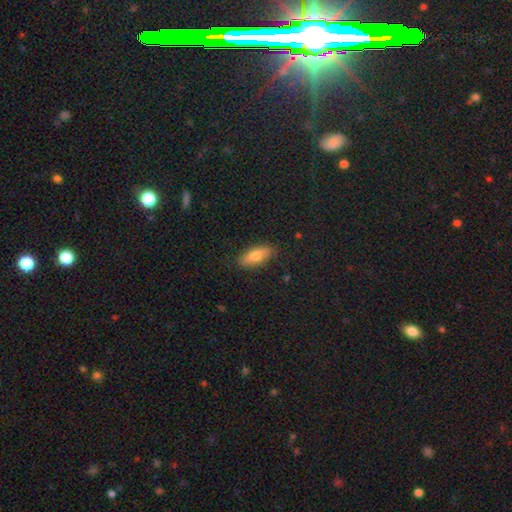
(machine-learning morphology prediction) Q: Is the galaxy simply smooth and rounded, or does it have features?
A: smooth — 70%.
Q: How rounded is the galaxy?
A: in between — 66%.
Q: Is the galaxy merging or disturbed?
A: none — 86%.